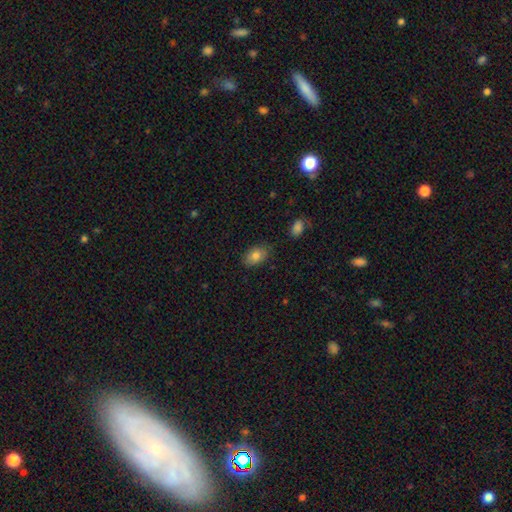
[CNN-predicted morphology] This is clearly a smooth galaxy (82%). How rounded: clearly in between (89%). Merging: clearly none (80%).